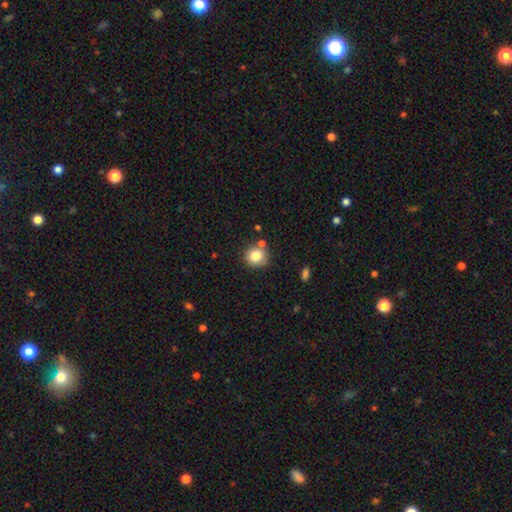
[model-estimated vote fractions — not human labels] A smooth galaxy with no disk features (81%) that is round (86%).

Vote fractions:
- Smooth or featured? smooth: 81% / star or artifact: 11% / featured or disk: 8%
- How rounded? round: 86% / in between: 13% / cigar-shaped: 1%
- Merging? none: 72% / minor disturbance: 13% / merger: 11% / major disturbance: 3%